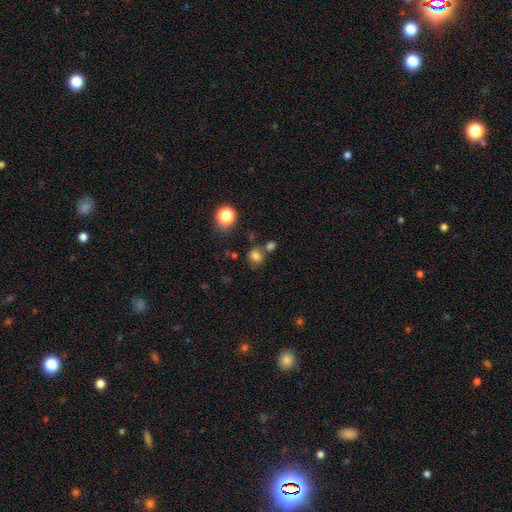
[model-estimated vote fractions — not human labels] A smooth galaxy with no disk features (78%) that is round (71%).

Vote fractions:
- Smooth or featured? smooth: 78% / star or artifact: 15% / featured or disk: 7%
- How rounded? round: 71% / in between: 28% / cigar-shaped: 1%
- Merging? none: 63% / merger: 19% / minor disturbance: 13% / major disturbance: 5%